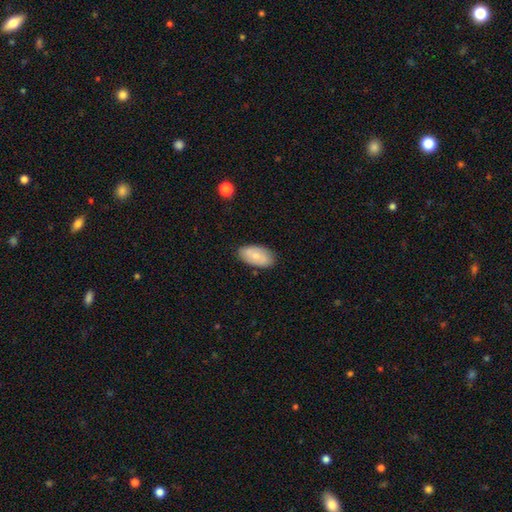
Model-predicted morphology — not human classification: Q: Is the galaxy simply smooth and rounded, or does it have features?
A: smooth — 66%.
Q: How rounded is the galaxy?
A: in between — 94%.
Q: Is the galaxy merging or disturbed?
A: none — 83%.